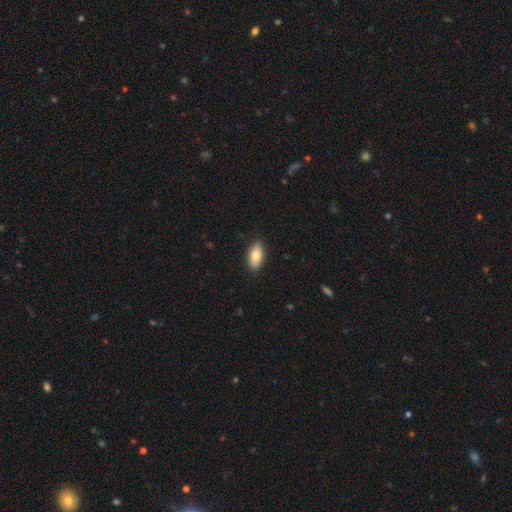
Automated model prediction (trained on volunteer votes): Q: Smooth or featured?
A: smooth (83%); runner-up: featured or disk (11%)
Q: How rounded?
A: in between (91%); runner-up: cigar-shaped (6%)
Q: Merging?
A: none (89%); runner-up: minor disturbance (8%)